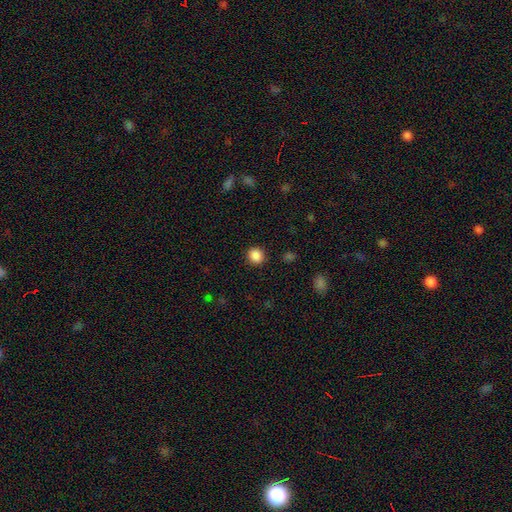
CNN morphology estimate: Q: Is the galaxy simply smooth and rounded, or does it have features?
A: smooth — 87%.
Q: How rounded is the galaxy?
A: round — 90%.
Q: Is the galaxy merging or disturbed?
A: none — 91%.